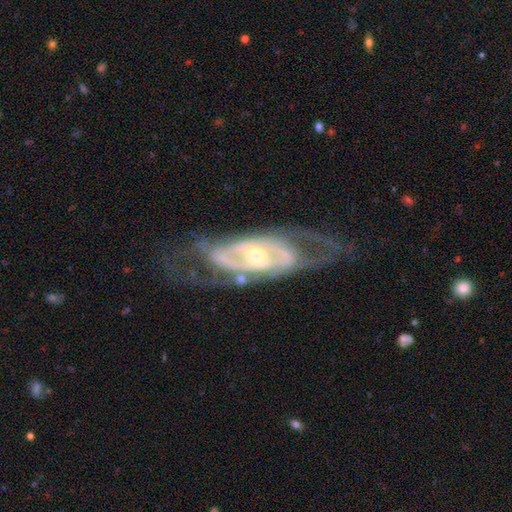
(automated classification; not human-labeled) Smooth or featured: featured or disk — 88% (smooth — 7%)
Edge-on disk: no — 90% (yes — 10%)
Bar: no — 46% (weak — 33%)
Spiral arms: yes — 90% (no — 10%)
Spiral winding: tight — 51% (medium — 37%)
Spiral arm count: 2 — 59% (can't tell — 24%)
Bulge size: small — 59% (moderate — 37%)
Merging: none — 63% (minor disturbance — 19%)